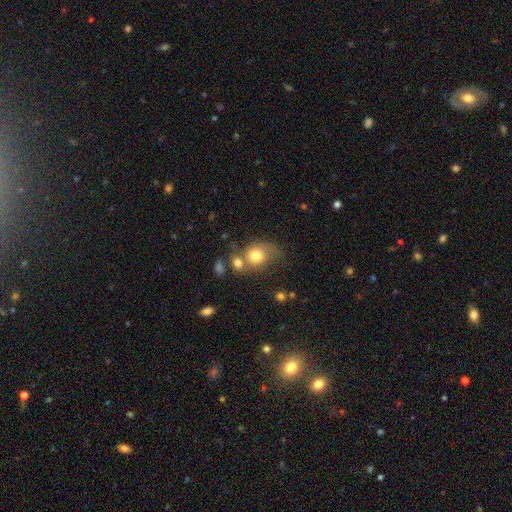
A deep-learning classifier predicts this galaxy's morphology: Smooth or featured: smooth — 74% (featured or disk — 17%)
How rounded: round — 58% (in between — 41%)
Merging: merger — 35% (none — 32%)